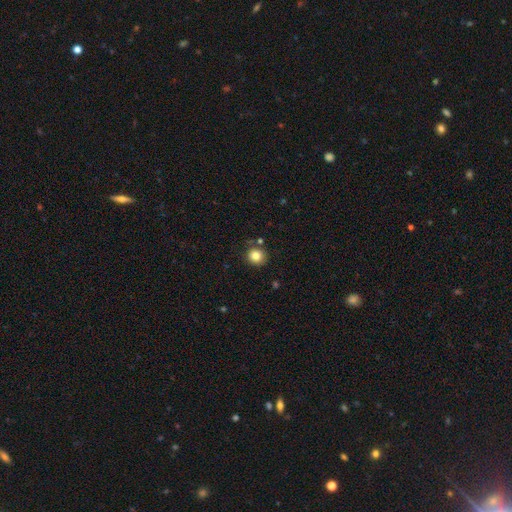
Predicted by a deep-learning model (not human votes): A smooth galaxy with no disk features (83%) that is round (89%).

Vote fractions:
- Smooth or featured? smooth: 83% / star or artifact: 11% / featured or disk: 6%
- How rounded? round: 89% / in between: 10% / cigar-shaped: 1%
- Merging? none: 83% / minor disturbance: 9% / merger: 5% / major disturbance: 3%